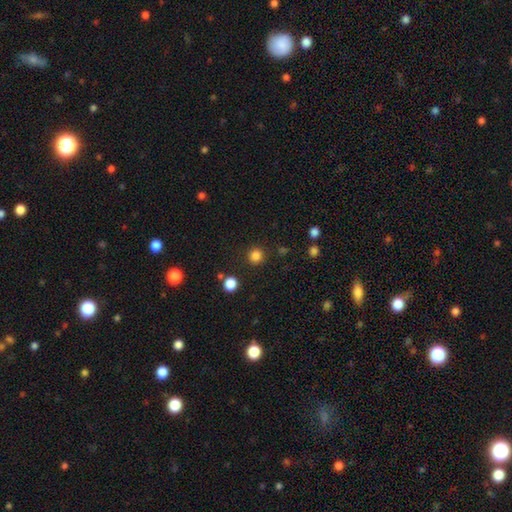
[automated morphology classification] This is clearly a smooth galaxy (83%). How rounded: clearly round (93%). Merging: clearly none (89%).